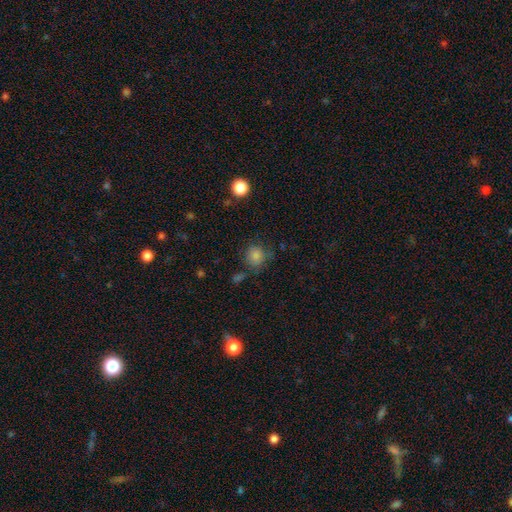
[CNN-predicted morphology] Smooth or featured? Predicted: smooth (p=0.78). How rounded? Predicted: round (p=0.85). Merging? Predicted: none (p=0.72).